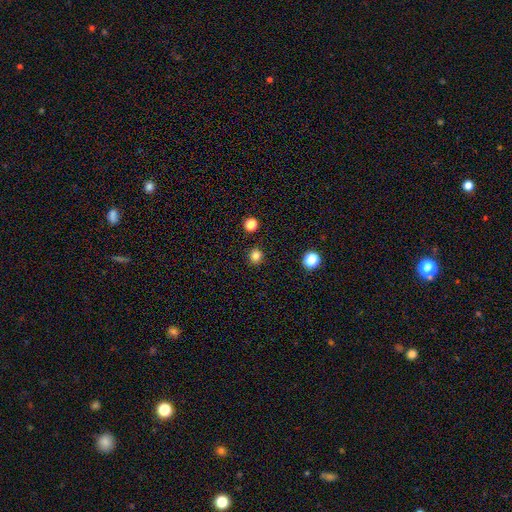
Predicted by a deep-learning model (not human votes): The model was most divided on "smooth or featured": smooth: 83%, star or artifact: 13%, featured or disk: 4%. More confident: merging — none (90%); how rounded — round (86%).